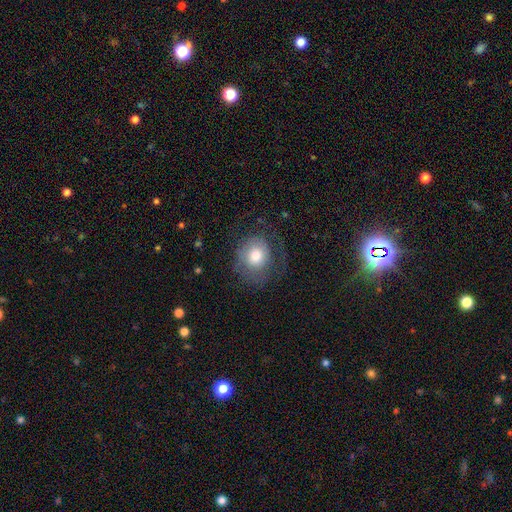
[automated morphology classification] Overall: smooth (63%; featured or disk 28%). How rounded: round (76%). Merging: none (52%; major disturbance 26%).